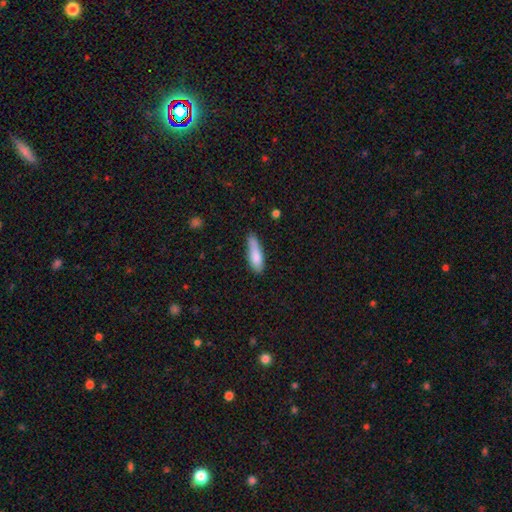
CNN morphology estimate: smooth_or_featured: smooth (p=0.82) [alt: featured or disk p=0.12]
how_rounded: cigar-shaped (p=0.53) [alt: in between p=0.45]
merging: none (p=0.59) [alt: minor disturbance p=0.32]